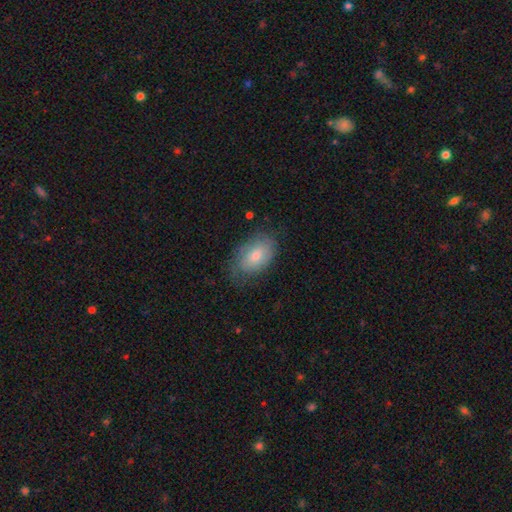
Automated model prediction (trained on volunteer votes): Smooth or featured: smooth — 70% (featured or disk — 22%)
How rounded: in between — 89% (round — 9%)
Merging: none — 66% (minor disturbance — 25%)